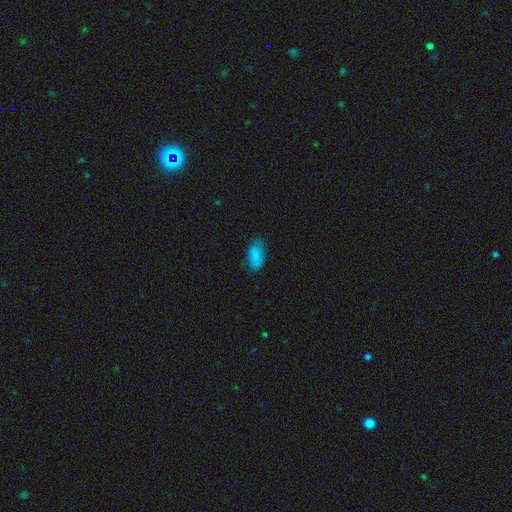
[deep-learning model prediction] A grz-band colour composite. It shows a smooth galaxy with no disk features (85%) that is in between round and cigar-shaped (91%). Merging: none (73%).